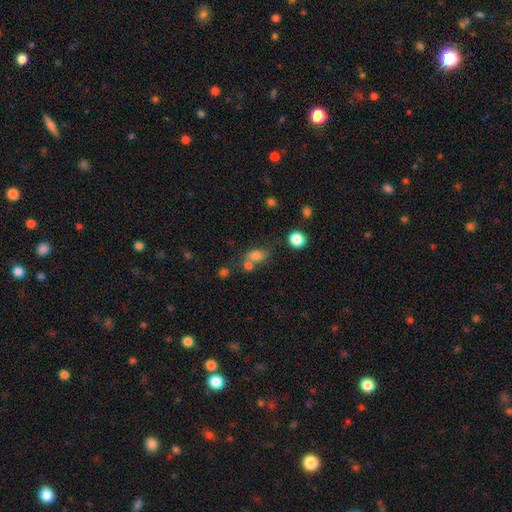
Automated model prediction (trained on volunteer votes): This is likely a smooth galaxy (75%). How rounded: likely in between (70%). Merging: marginally none (43%).